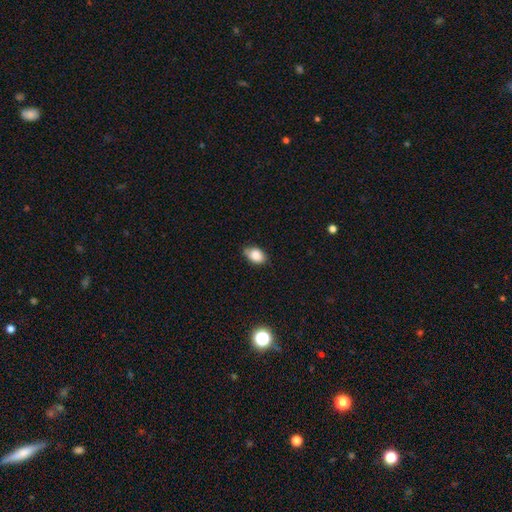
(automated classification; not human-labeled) Morphology: type=smooth (85%); roundness=in between (85%); merging=none (69%).